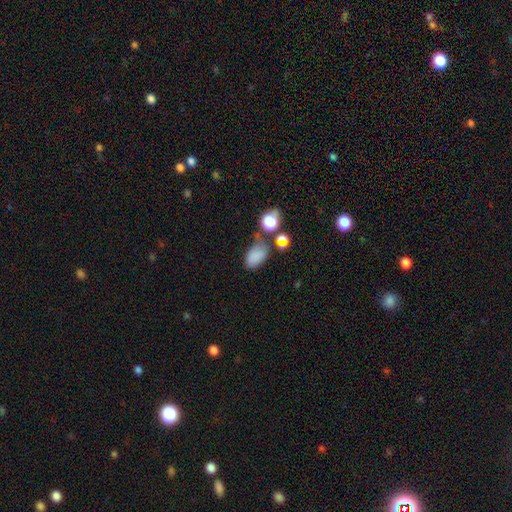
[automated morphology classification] Smooth or featured? smooth (78%)
How rounded? in between (87%)
Merging? none (51%)